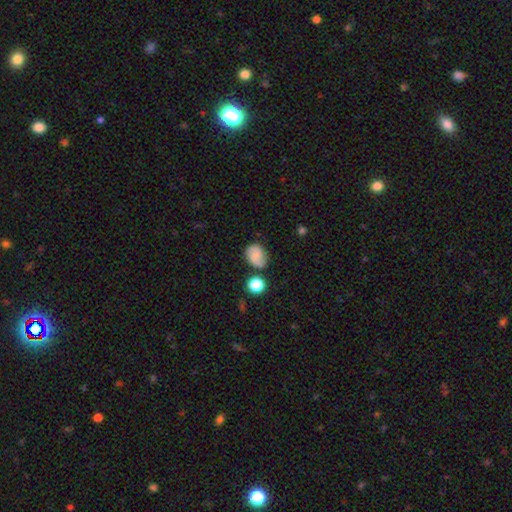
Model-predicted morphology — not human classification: A smooth galaxy with no disk features (55%) that is in between round and cigar-shaped (51%). Merging: none (70%).